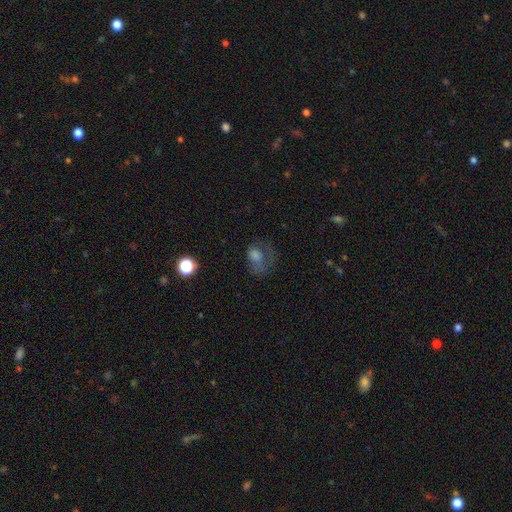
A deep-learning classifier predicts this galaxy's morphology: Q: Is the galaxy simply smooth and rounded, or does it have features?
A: smooth — 49%.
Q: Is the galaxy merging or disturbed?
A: none — 40%.